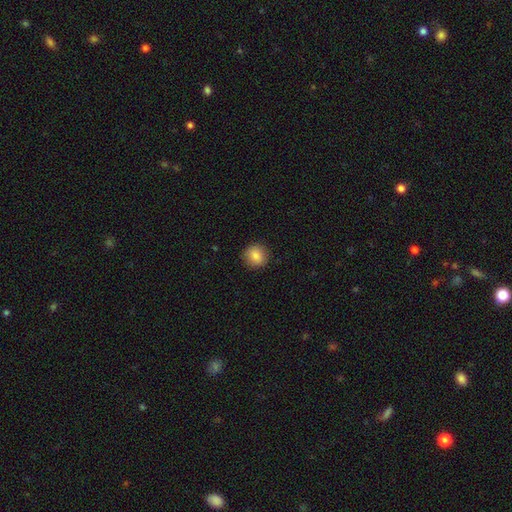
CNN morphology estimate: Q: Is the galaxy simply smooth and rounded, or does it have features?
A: smooth — 85%.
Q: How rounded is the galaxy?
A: round — 90%.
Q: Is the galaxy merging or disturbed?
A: none — 90%.